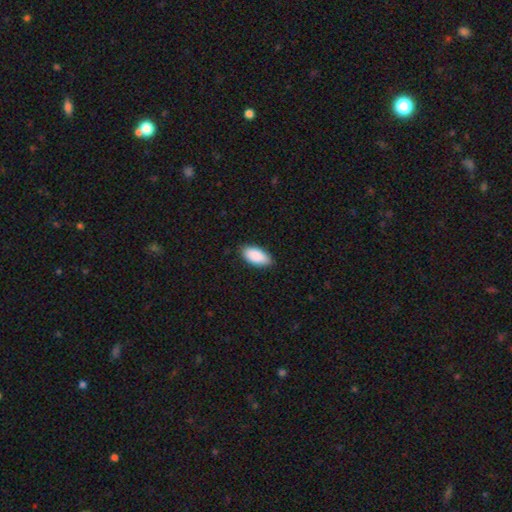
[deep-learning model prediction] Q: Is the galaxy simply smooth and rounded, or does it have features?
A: smooth — 91%.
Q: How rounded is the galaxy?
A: in between — 94%.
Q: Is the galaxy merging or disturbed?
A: none — 85%.